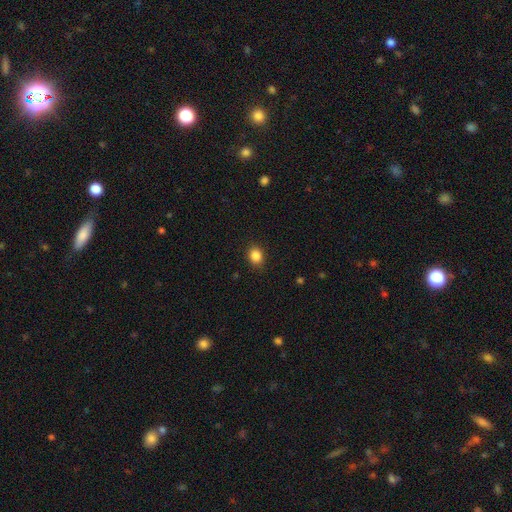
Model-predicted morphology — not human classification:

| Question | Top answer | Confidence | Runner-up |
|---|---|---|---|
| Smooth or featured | smooth | 86% | star or artifact (10%) |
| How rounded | round | 55% | in between (44%) |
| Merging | none | 88% | minor disturbance (9%) |